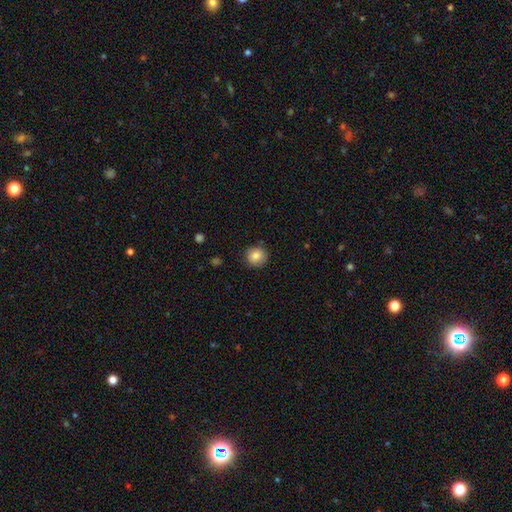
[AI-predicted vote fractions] smooth-or-featured: smooth: 84% | star or artifact: 9% | featured or disk: 7%
  how-rounded: round: 90% | in between: 9% | cigar-shaped: 1%
  merging: none: 87% | minor disturbance: 10% | major disturbance: 2% | merger: 1%